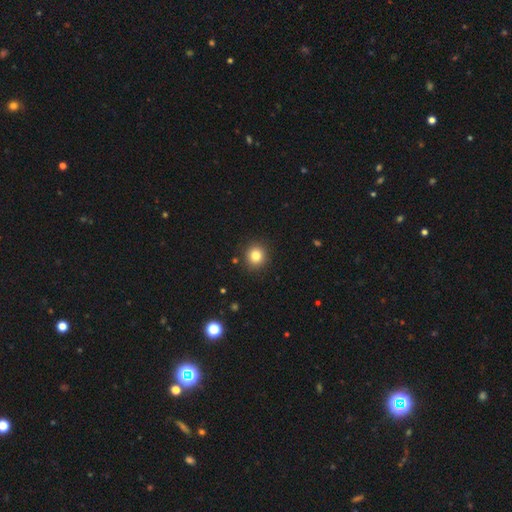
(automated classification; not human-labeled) A smooth galaxy with no disk features (83%) that is round (88%). Merging: none (90%).